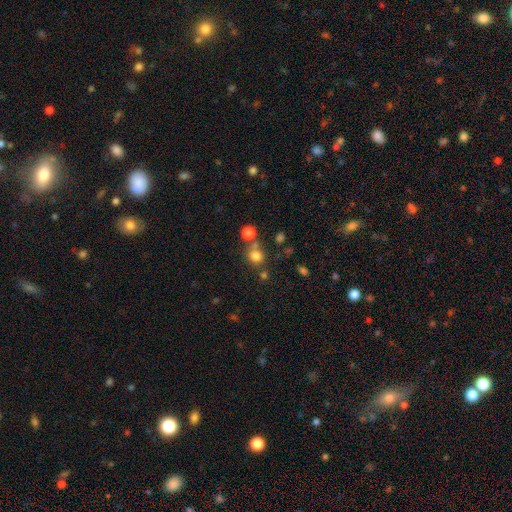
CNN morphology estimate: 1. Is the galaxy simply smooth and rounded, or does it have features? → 77% smooth, 16% star or artifact, 7% featured or disk.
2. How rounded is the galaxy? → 85% round, 14% in between, 1% cigar-shaped.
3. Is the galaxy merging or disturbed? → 64% none, 22% merger, 9% minor disturbance, 4% major disturbance.